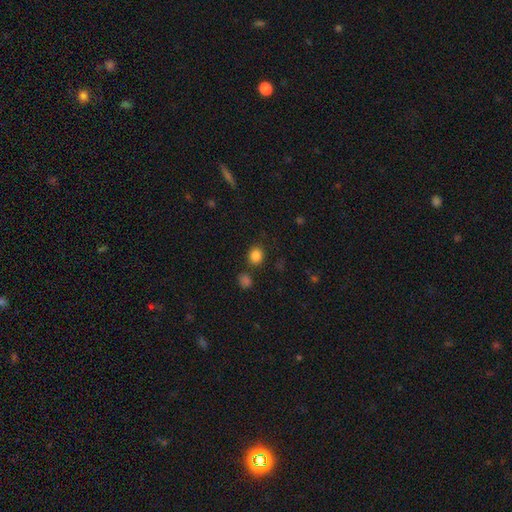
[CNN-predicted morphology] Smooth or featured: smooth — 85% (star or artifact — 11%)
How rounded: round — 75% (in between — 24%)
Merging: none — 82% (minor disturbance — 9%)